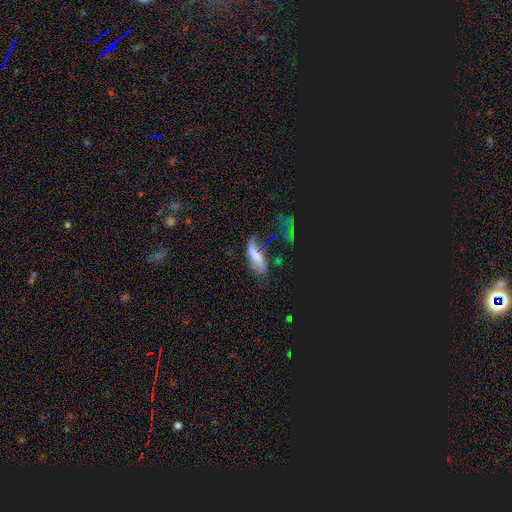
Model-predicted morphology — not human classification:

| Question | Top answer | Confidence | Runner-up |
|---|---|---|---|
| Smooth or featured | smooth | 55% | featured or disk (30%) |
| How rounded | in between | 63% | cigar-shaped (33%) |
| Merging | none | 35% | major disturbance (28%) |